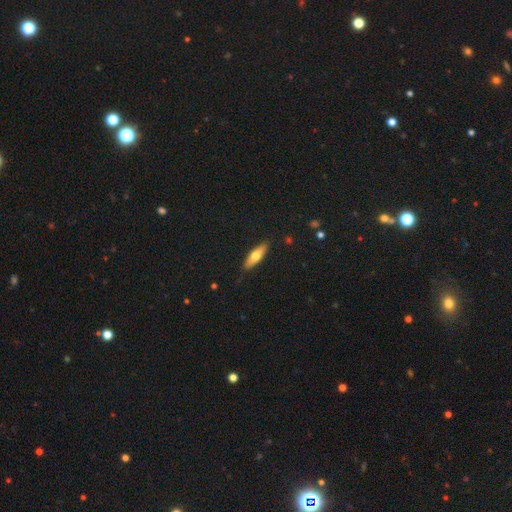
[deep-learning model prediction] Smooth or featured? Predicted: smooth (p=0.61). How rounded? Predicted: cigar-shaped (p=0.59). Merging? Predicted: none (p=0.87).